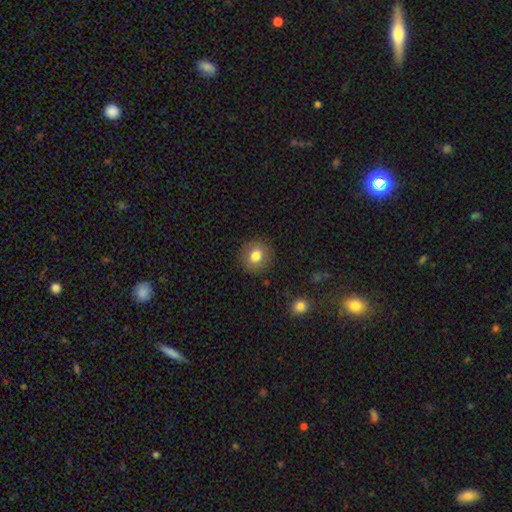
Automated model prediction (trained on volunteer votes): Q: Smooth or featured?
A: smooth (80%); runner-up: featured or disk (10%)
Q: How rounded?
A: round (86%); runner-up: in between (13%)
Q: Merging?
A: none (89%); runner-up: minor disturbance (7%)